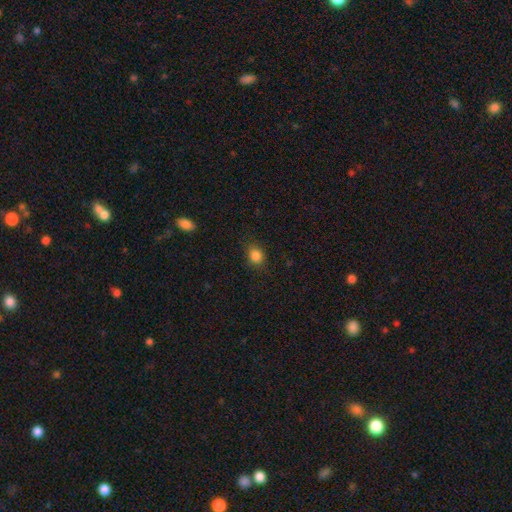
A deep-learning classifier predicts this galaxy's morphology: The model was most divided on "how rounded": round: 65%, in between: 34%, cigar-shaped: 1%. More confident: smooth or featured — smooth (84%); merging — none (82%).